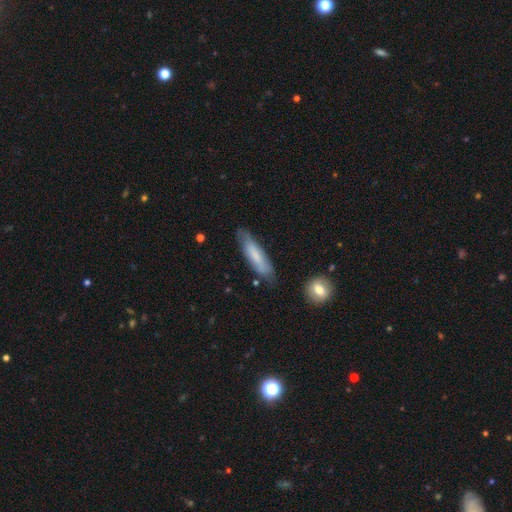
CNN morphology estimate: This appears to be a smooth galaxy with no disk features (68%) that is cigar-shaped (70%). Merging: none (74%).